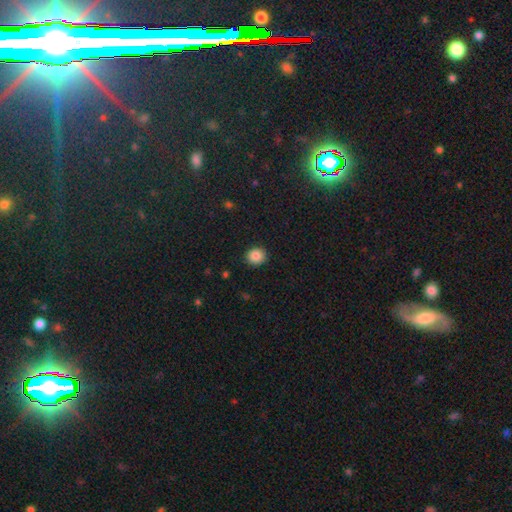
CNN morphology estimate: Smooth or featured? Predicted: smooth (p=0.86). How rounded? Predicted: round (p=0.78). Merging? Predicted: none (p=0.90).